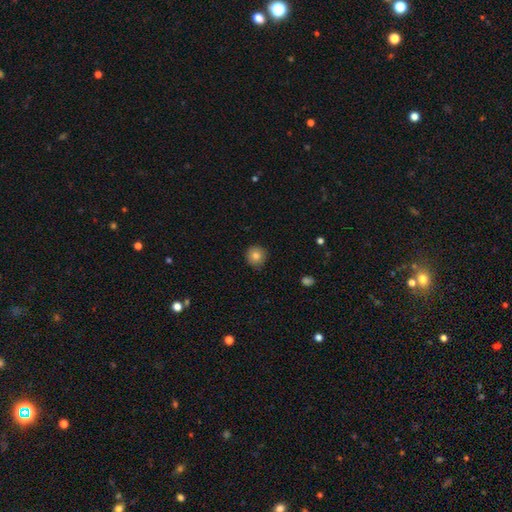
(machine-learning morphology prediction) Smooth or featured?
  - smooth: 81% *
  - star or artifact: 10%
  - featured or disk: 9%
How rounded?
  - round: 94% *
  - in between: 5%
  - cigar-shaped: 1%
Merging?
  - none: 88% *
  - minor disturbance: 9%
  - major disturbance: 2%
  - merger: 1%